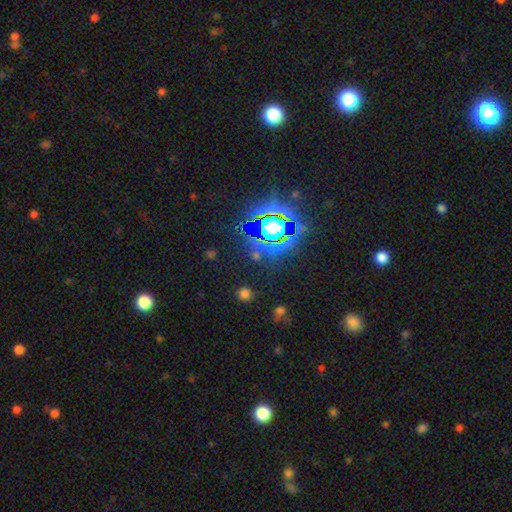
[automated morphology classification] Overall: star or artifact (83%).